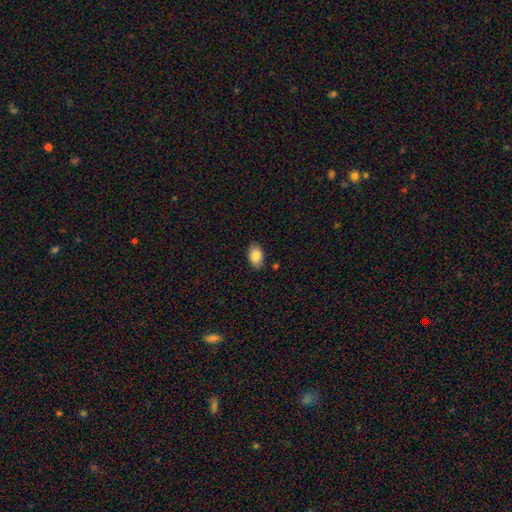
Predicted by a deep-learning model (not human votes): Smooth or featured? smooth (86%)
How rounded? in between (90%)
Merging? none (87%)